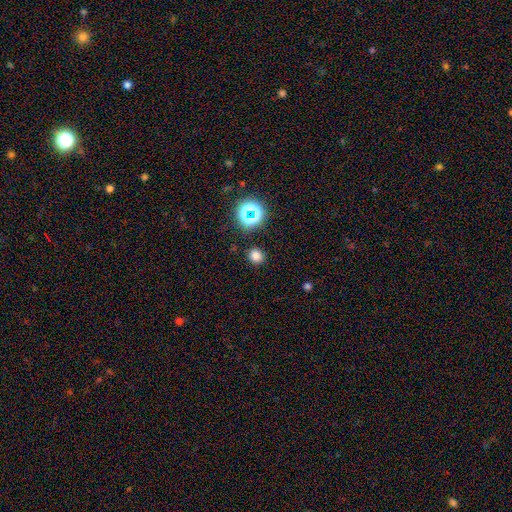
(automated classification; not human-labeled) This appears to be a smooth galaxy with no disk features (76%) that is round (83%). Merging: none (89%).